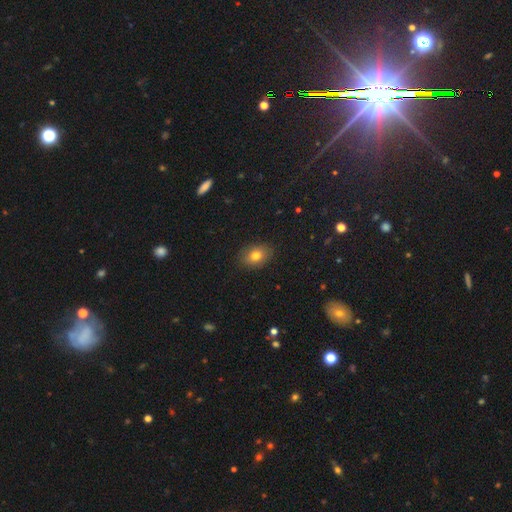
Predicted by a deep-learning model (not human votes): This appears to be a smooth galaxy with no disk features (78%) that is in between round and cigar-shaped (71%). Merging: none (87%).